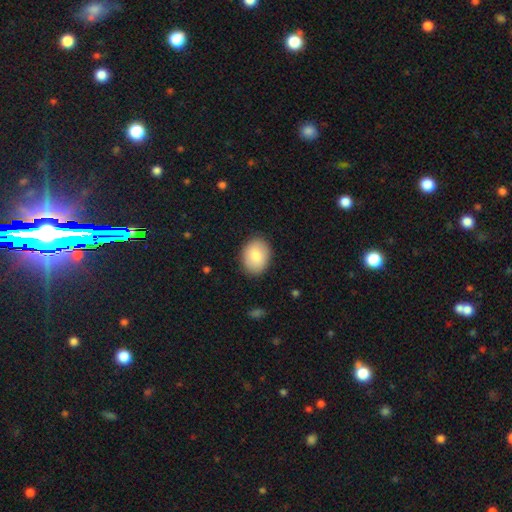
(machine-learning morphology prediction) type=smooth (81%); roundness=in between (61%); merging=none (87%).